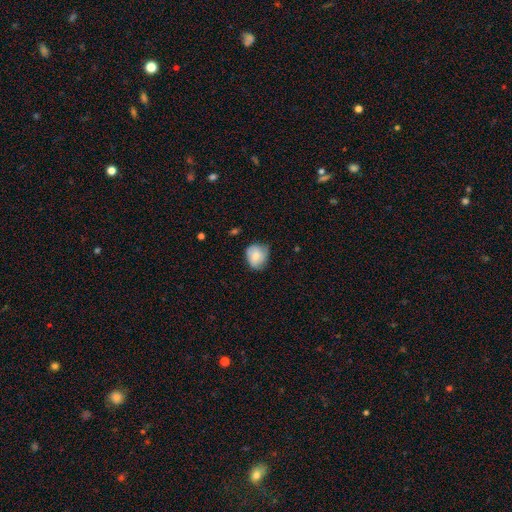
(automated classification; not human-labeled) A smooth galaxy with no disk features (69%) that is round (69%).

Vote fractions:
- Smooth or featured? smooth: 69% / featured or disk: 23% / star or artifact: 7%
- How rounded? round: 69% / in between: 30% / cigar-shaped: 1%
- Merging? none: 58% / minor disturbance: 34% / major disturbance: 7% / merger: 1%